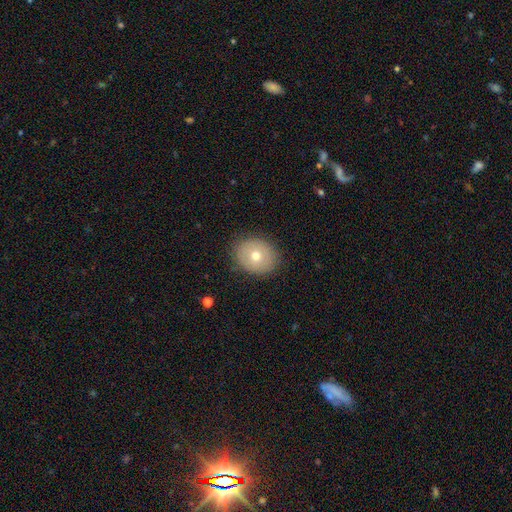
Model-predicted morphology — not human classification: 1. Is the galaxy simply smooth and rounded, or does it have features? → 65% smooth, 25% featured or disk, 10% star or artifact.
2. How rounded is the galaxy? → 60% round, 39% in between, 1% cigar-shaped.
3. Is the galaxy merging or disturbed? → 85% none, 11% minor disturbance, 3% major disturbance, 1% merger.